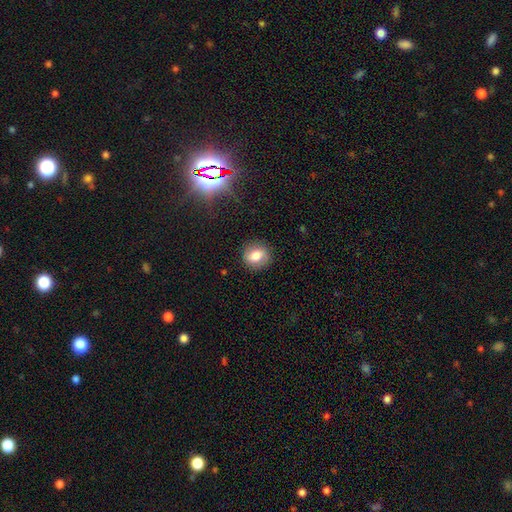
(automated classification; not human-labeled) smooth-or-featured: smooth: 72% | featured or disk: 17% | star or artifact: 11%
  how-rounded: round: 77% | in between: 22% | cigar-shaped: 1%
  merging: none: 86% | minor disturbance: 10% | major disturbance: 3% | merger: 1%